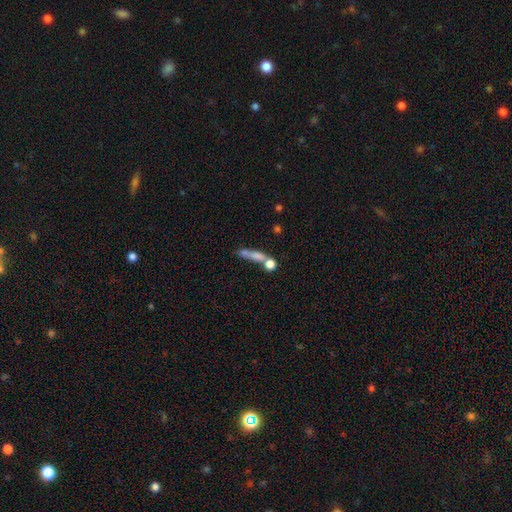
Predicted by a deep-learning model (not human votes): smooth_or_featured: smooth (p=0.62) [alt: featured or disk p=0.26]
how_rounded: cigar-shaped (p=0.61) [alt: in between p=0.23]
merging: none (p=0.38) [alt: merger p=0.36]